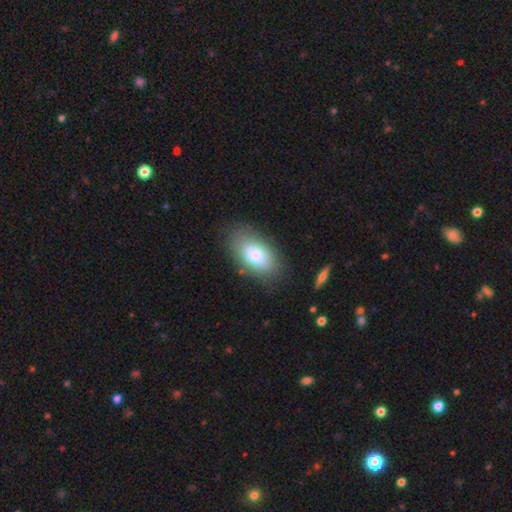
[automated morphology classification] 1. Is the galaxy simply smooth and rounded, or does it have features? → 77% smooth, 16% featured or disk, 7% star or artifact.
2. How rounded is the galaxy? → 92% in between, 5% round, 3% cigar-shaped.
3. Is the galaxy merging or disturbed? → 80% none, 13% minor disturbance, 4% major disturbance, 2% merger.